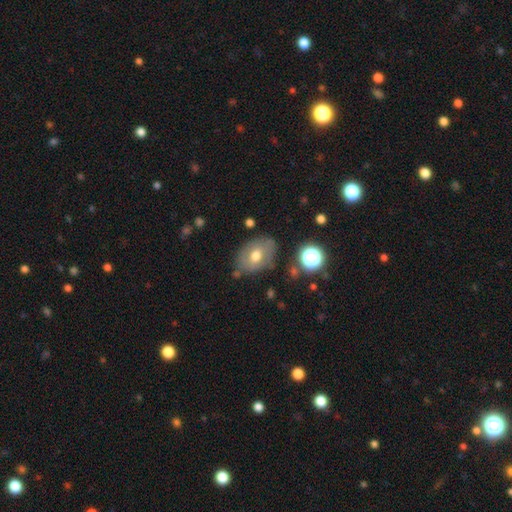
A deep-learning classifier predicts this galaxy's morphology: type=smooth (60%); roundness=in between (75%); merging=none (72%).